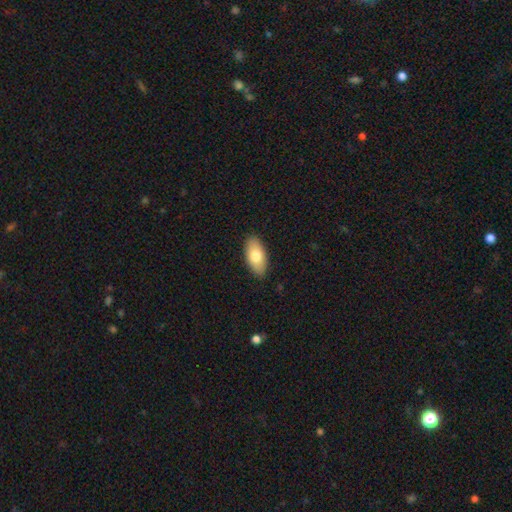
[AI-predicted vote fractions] This appears to be a smooth galaxy with no disk features (76%) that is in between round and cigar-shaped (92%). Merging: none (88%).